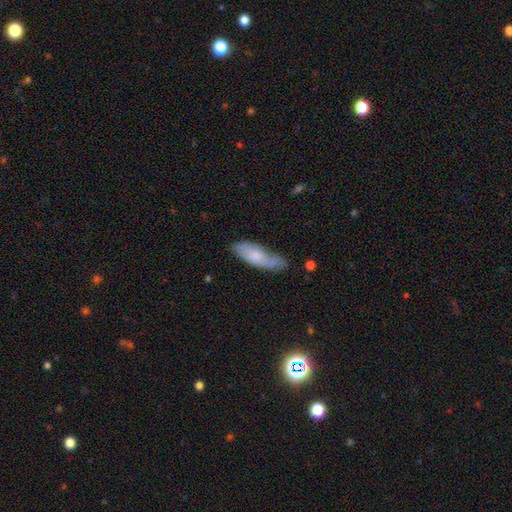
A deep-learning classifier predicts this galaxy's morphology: A smooth galaxy with no disk features (63%) that is in between round and cigar-shaped (60%). Merging: none (56%).